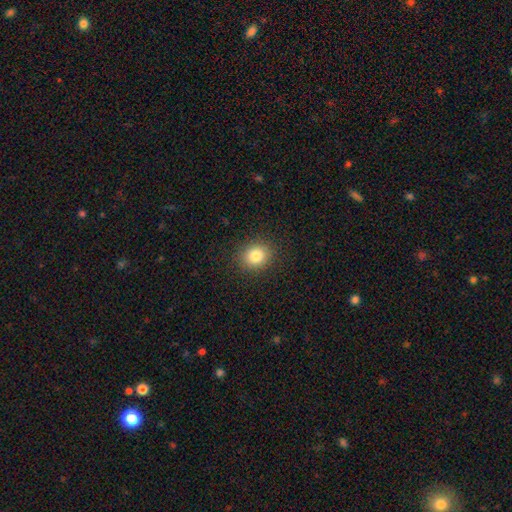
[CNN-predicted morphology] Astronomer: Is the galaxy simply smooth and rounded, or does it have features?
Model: smooth — 83%.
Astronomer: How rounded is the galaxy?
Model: round — 72%.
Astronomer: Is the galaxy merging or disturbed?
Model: none — 90%.